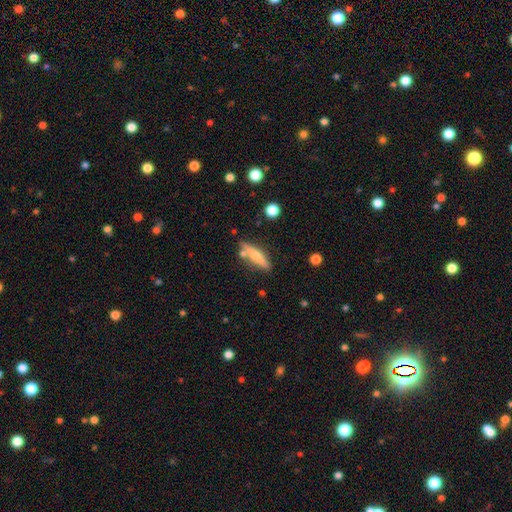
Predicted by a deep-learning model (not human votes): This appears to be a smooth galaxy with no disk features (54%) that is cigar-shaped (77%). Merging: none (75%).